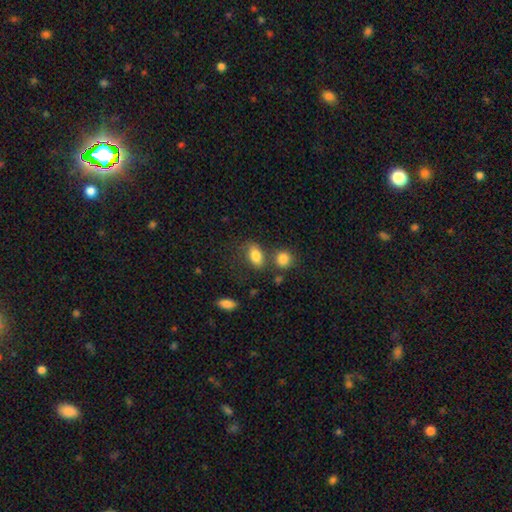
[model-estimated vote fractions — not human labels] The model was most divided on "merging": none: 56%, merger: 19%, minor disturbance: 17%, major disturbance: 8%. More confident: how rounded — in between (84%); smooth or featured — smooth (82%).